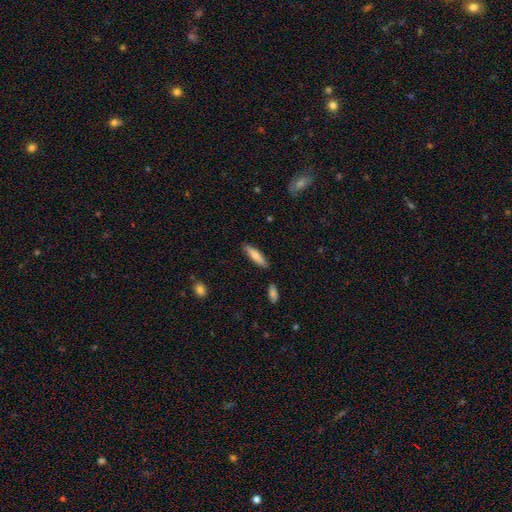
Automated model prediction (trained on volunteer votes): Smooth or featured?
  - smooth: 75% *
  - featured or disk: 19%
  - star or artifact: 6%
How rounded?
  - cigar-shaped: 76% *
  - in between: 23%
  - round: 1%
Merging?
  - none: 85% *
  - minor disturbance: 10%
  - merger: 2%
  - major disturbance: 2%